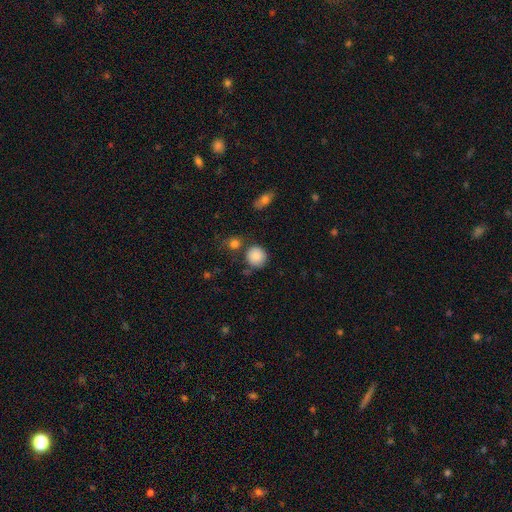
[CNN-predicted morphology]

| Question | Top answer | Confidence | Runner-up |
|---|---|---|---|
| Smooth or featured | smooth | 87% | star or artifact (8%) |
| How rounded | round | 90% | in between (9%) |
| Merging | none | 76% | minor disturbance (12%) |